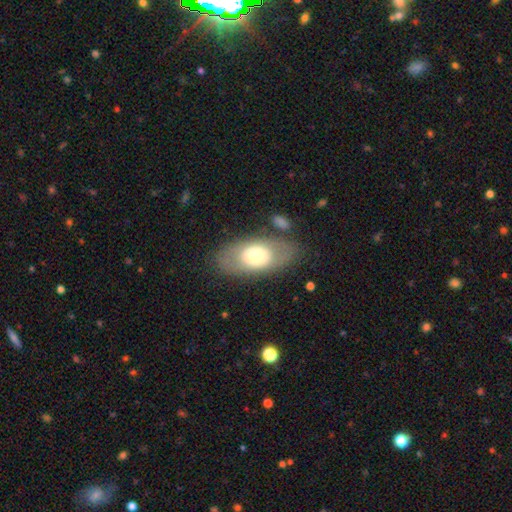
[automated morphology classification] smooth-or-featured: smooth: 52% | featured or disk: 41% | star or artifact: 7%
  how-rounded: in between: 86% | round: 10% | cigar-shaped: 4%
  merging: none: 75% | minor disturbance: 14% | major disturbance: 7% | merger: 4%